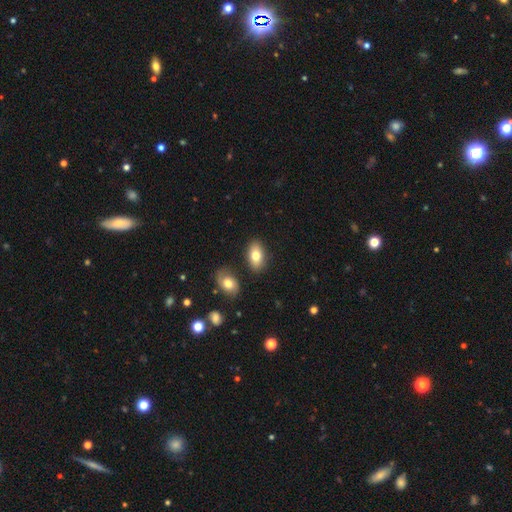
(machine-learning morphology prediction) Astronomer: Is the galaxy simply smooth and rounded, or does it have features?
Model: smooth — 77%.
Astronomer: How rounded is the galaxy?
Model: in between — 91%.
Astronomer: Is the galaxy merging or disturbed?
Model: none — 82%.